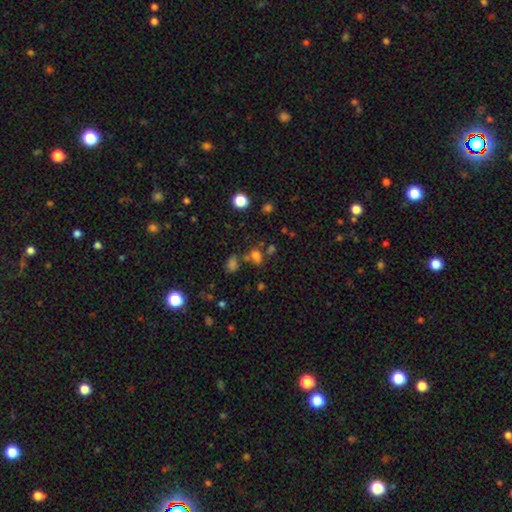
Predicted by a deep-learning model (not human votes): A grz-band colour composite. It shows a smooth galaxy with no disk features (66%) that is in between round and cigar-shaped (59%). Merging: none (53%).